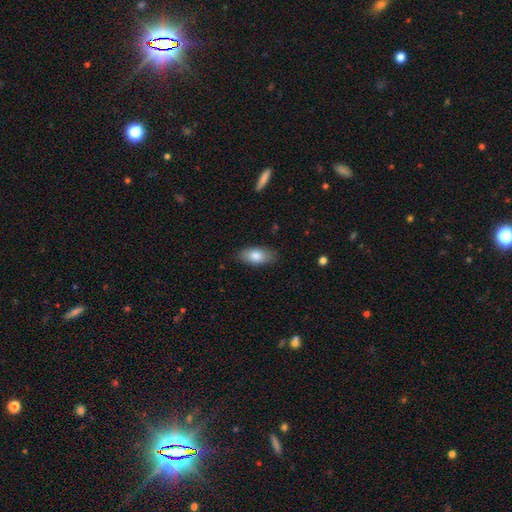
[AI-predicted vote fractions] Morphology: type=smooth (81%); roundness=in between (90%); merging=none (84%).